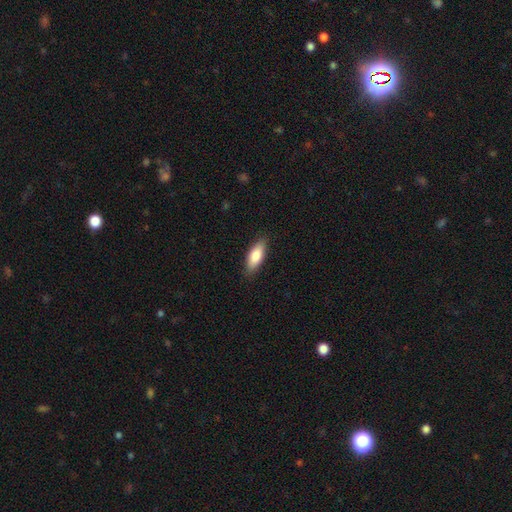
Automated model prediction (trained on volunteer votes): smooth_or_featured: smooth (p=0.81) [alt: featured or disk p=0.13]
how_rounded: in between (p=0.70) [alt: cigar-shaped p=0.28]
merging: none (p=0.87) [alt: minor disturbance p=0.10]